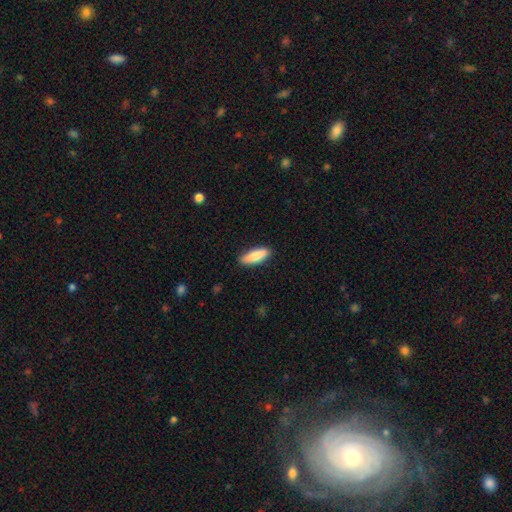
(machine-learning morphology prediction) Smooth or featured? Predicted: smooth (p=0.84). How rounded? Predicted: in between (p=0.52). Merging? Predicted: none (p=0.88).